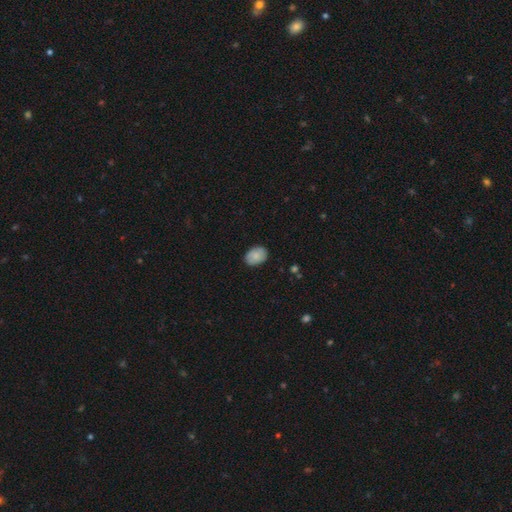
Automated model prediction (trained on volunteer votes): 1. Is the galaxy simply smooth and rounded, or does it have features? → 81% smooth, 12% featured or disk, 7% star or artifact.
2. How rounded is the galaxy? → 77% in between, 22% round, 1% cigar-shaped.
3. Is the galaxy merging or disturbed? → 83% none, 14% minor disturbance, 2% major disturbance, 1% merger.